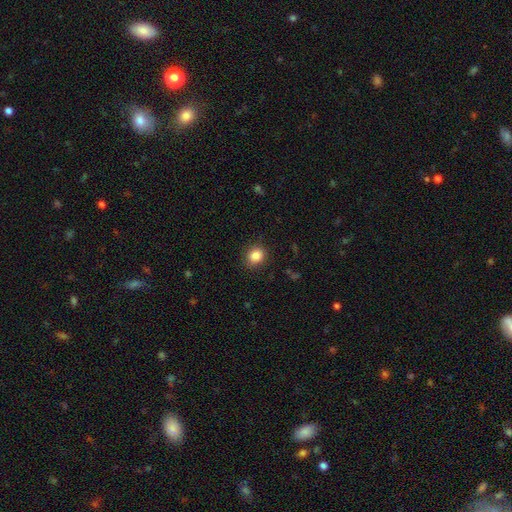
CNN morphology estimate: smooth 86%, star or artifact 10%, featured or disk 4%. Down the decision tree: how rounded — round (72%); merging — none (88%).